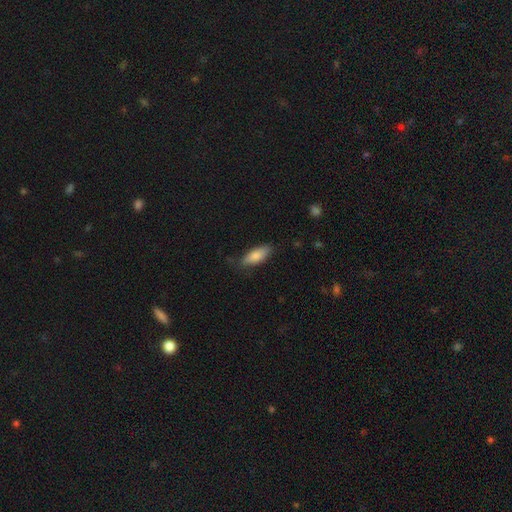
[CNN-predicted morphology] smooth_or_featured: smooth (p=0.83) [alt: featured or disk p=0.11]
how_rounded: in between (p=0.73) [alt: cigar-shaped p=0.25]
merging: none (p=0.76) [alt: minor disturbance p=0.19]